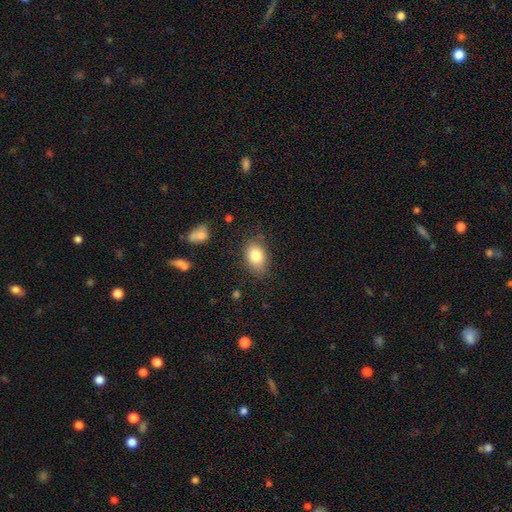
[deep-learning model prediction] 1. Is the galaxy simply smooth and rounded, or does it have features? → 82% smooth, 9% featured or disk, 9% star or artifact.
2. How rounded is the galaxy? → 79% in between, 20% round, 1% cigar-shaped.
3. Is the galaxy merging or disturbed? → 77% none, 17% minor disturbance, 4% major disturbance, 2% merger.